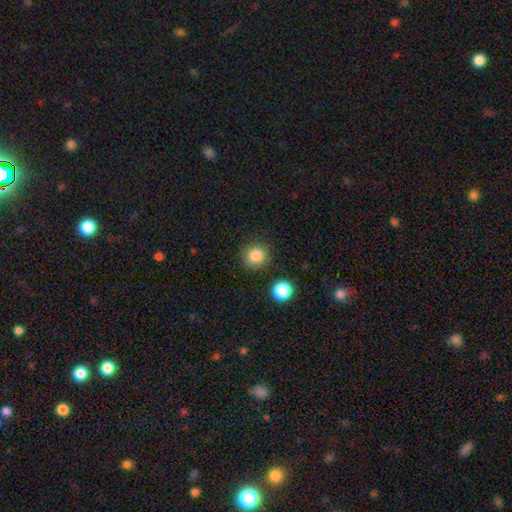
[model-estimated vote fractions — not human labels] A smooth galaxy with no disk features (84%) that is round (87%).

Vote fractions:
- Smooth or featured? smooth: 84% / star or artifact: 11% / featured or disk: 5%
- How rounded? round: 87% / in between: 12% / cigar-shaped: 1%
- Merging? none: 86% / minor disturbance: 8% / merger: 3% / major disturbance: 3%